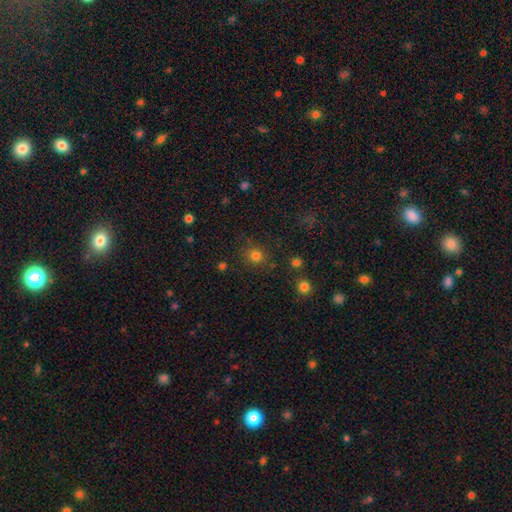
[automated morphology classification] smooth_or_featured: smooth (p=0.79) [alt: star or artifact p=0.16]
how_rounded: round (p=0.86) [alt: in between p=0.13]
merging: none (p=0.83) [alt: minor disturbance p=0.09]